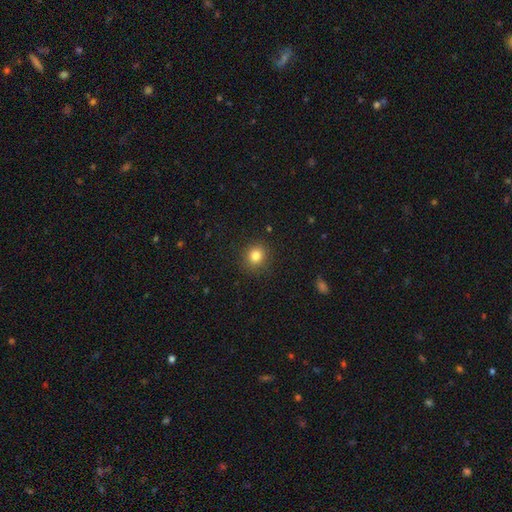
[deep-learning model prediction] A smooth galaxy with no disk features (82%) that is round (82%).

Vote fractions:
- Smooth or featured? smooth: 82% / star or artifact: 12% / featured or disk: 6%
- How rounded? round: 82% / in between: 17% / cigar-shaped: 1%
- Merging? none: 89% / minor disturbance: 7% / major disturbance: 3% / merger: 1%